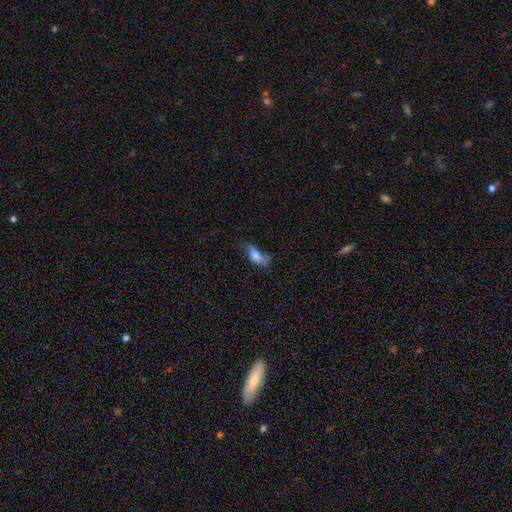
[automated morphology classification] Smooth or featured?
  - smooth: 66% *
  - featured or disk: 26%
  - star or artifact: 9%
How rounded?
  - in between: 82% *
  - cigar-shaped: 15%
  - round: 4%
Merging?
  - none: 32% *
  - minor disturbance: 31%
  - major disturbance: 30%
  - merger: 7%